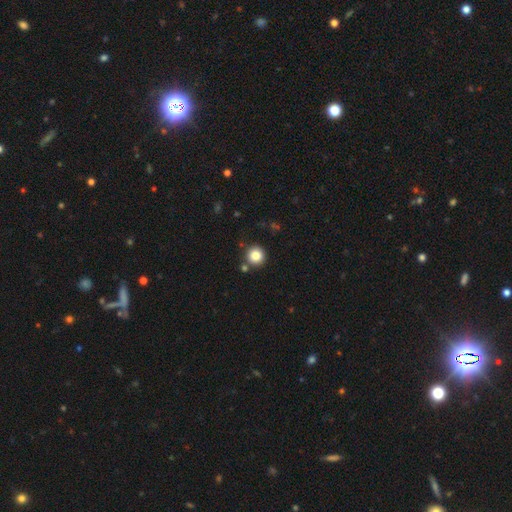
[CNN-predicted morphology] Smooth or featured? Predicted: smooth (p=0.85). How rounded? Predicted: round (p=0.94). Merging? Predicted: none (p=0.82).